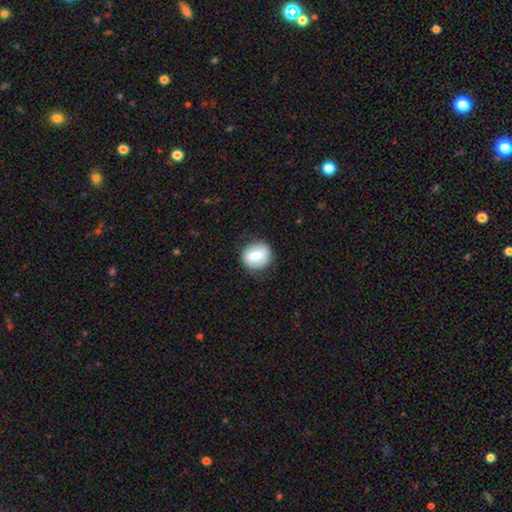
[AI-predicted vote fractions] This is likely a smooth galaxy (67%). How rounded: likely round (64%). Merging: clearly none (81%).